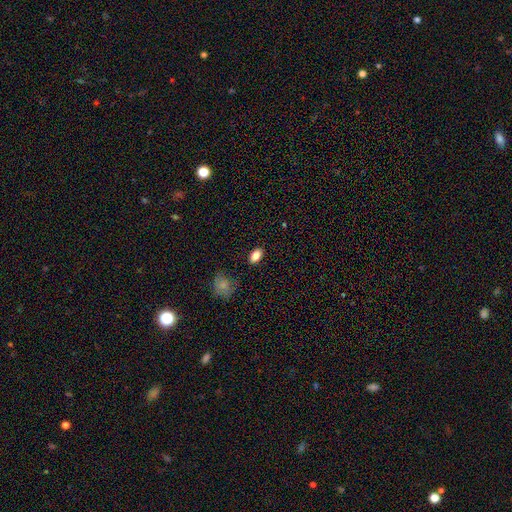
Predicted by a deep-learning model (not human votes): smooth-or-featured: smooth: 82% | featured or disk: 9% | star or artifact: 8%
  how-rounded: in between: 88% | round: 8% | cigar-shaped: 4%
  merging: none: 87% | minor disturbance: 9% | major disturbance: 2% | merger: 1%